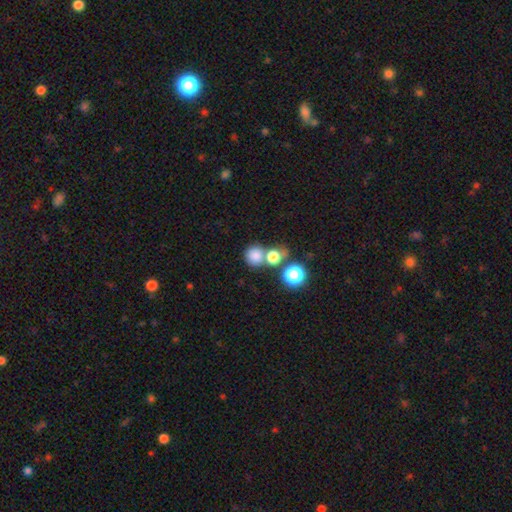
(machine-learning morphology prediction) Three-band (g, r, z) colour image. It shows a smooth galaxy with no disk features (78%) that is round (89%). Merging: none (55%).